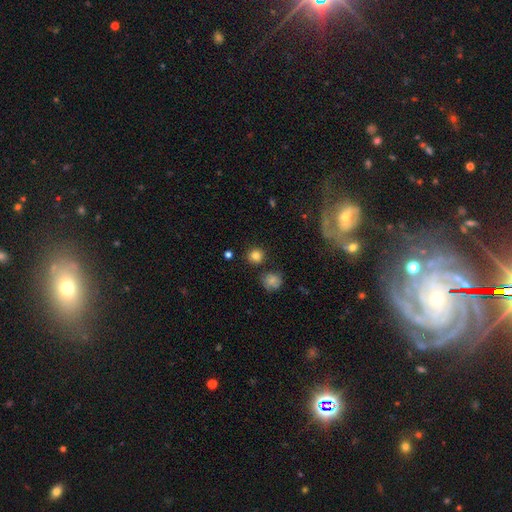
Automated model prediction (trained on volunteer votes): Smooth or featured? smooth (82%)
How rounded? round (91%)
Merging? none (85%)